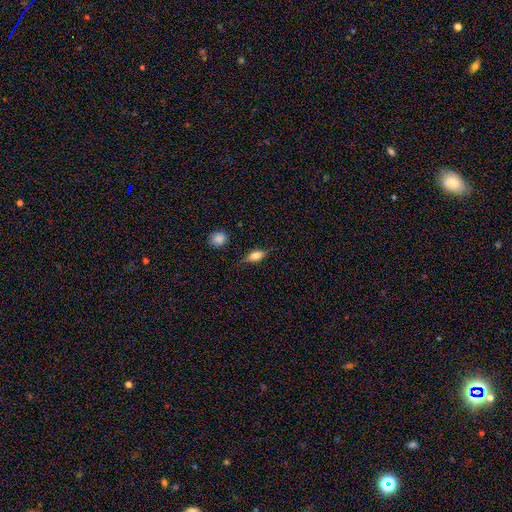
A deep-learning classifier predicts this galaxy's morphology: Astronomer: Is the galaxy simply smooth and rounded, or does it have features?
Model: smooth — 51% (runner-up: featured or disk, 40%).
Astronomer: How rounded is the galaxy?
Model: in between — 64%.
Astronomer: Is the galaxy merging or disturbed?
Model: none — 79%.